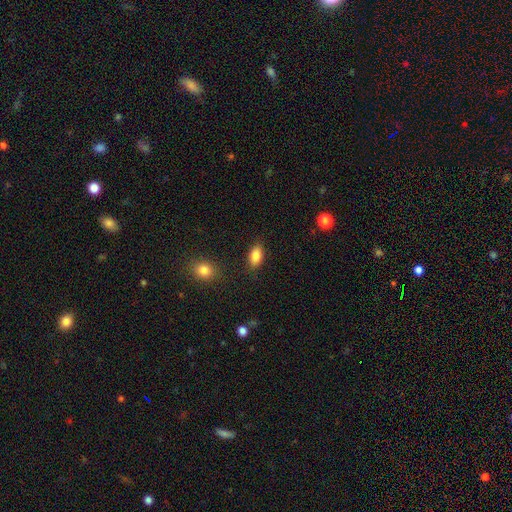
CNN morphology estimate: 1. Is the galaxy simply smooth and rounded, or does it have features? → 84% smooth, 8% star or artifact, 8% featured or disk.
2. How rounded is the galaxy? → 89% in between, 5% round, 5% cigar-shaped.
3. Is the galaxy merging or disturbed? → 85% none, 10% minor disturbance, 3% major disturbance, 2% merger.